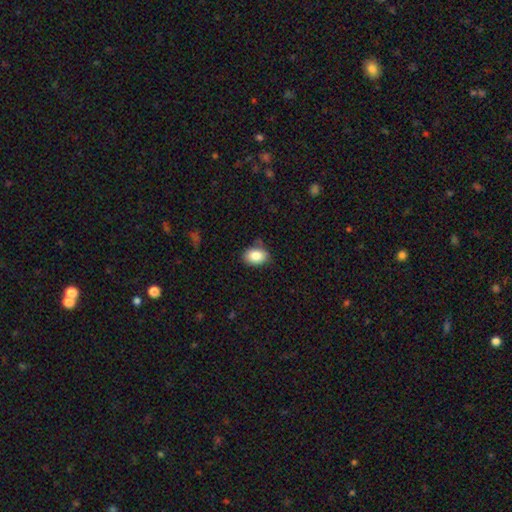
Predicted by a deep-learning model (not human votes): smooth-or-featured: smooth: 85% | star or artifact: 8% | featured or disk: 7%
  how-rounded: in between: 78% | round: 20% | cigar-shaped: 1%
  merging: none: 76% | minor disturbance: 18% | major disturbance: 3% | merger: 2%